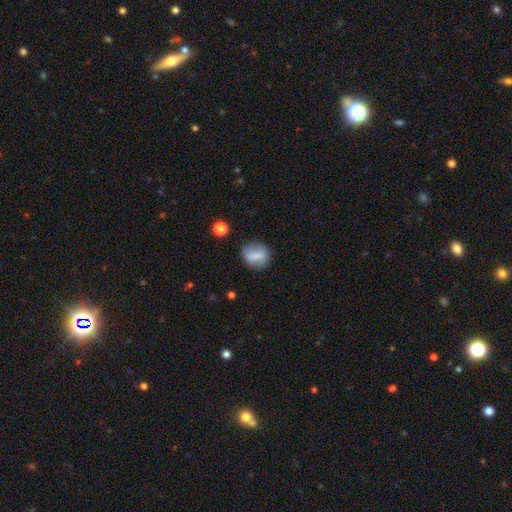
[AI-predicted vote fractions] The model was most divided on "how rounded": round: 55%, in between: 42%, cigar-shaped: 3%. More confident: merging — none (77%); smooth or featured — smooth (74%).